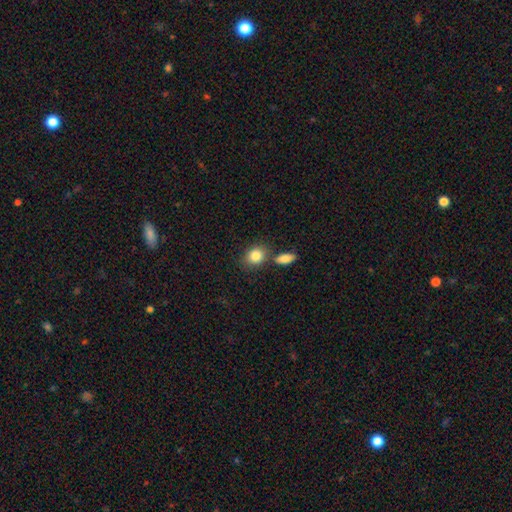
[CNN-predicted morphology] smooth 85%, star or artifact 8%, featured or disk 7%. Down the decision tree: how rounded — round (50%); merging — none (63%).